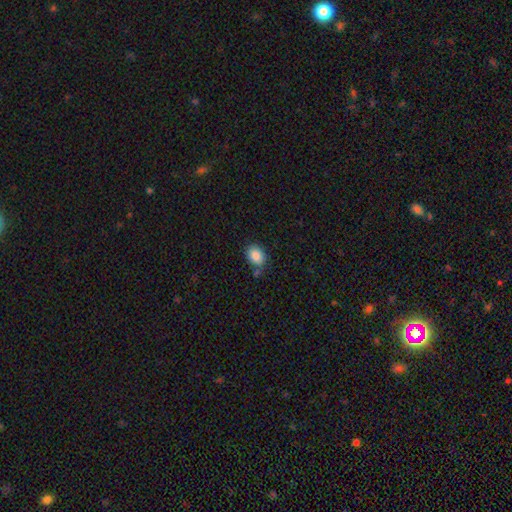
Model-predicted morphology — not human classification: The model was most divided on "how rounded": in between: 73%, round: 26%, cigar-shaped: 1%. More confident: smooth or featured — smooth (88%); merging — none (74%).